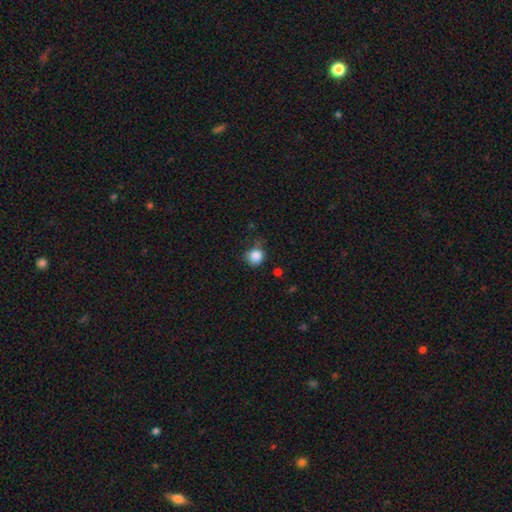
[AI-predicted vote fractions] Overall: smooth (86%). How rounded: round (84%). Merging: none (58%; minor disturbance 30%).